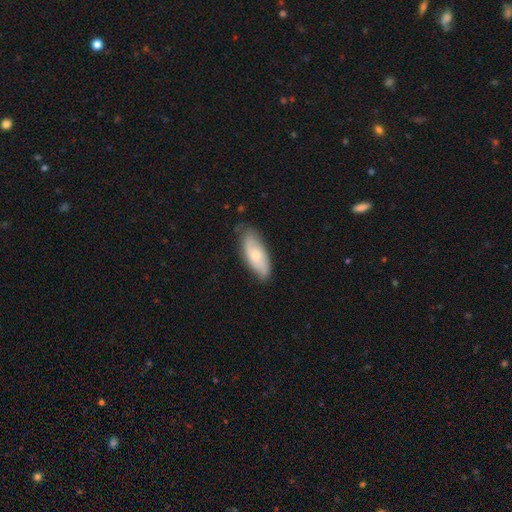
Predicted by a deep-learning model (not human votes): smooth-or-featured: smooth: 57% | featured or disk: 37% | star or artifact: 6%
  how-rounded: in between: 79% | cigar-shaped: 18% | round: 2%
  merging: none: 68% | minor disturbance: 26% | major disturbance: 5% | merger: 1%